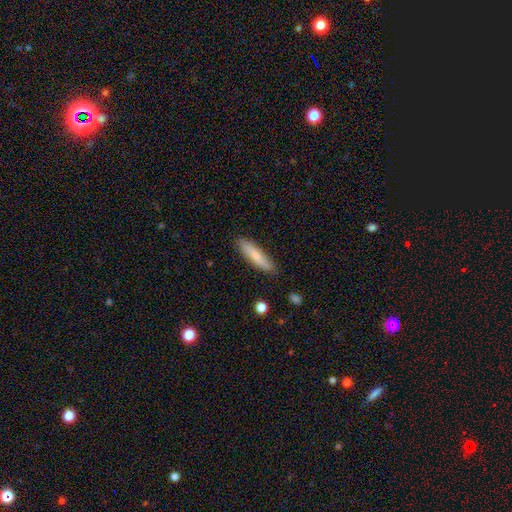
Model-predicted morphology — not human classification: Smooth or featured? smooth (76%)
How rounded? cigar-shaped (79%)
Merging? none (86%)